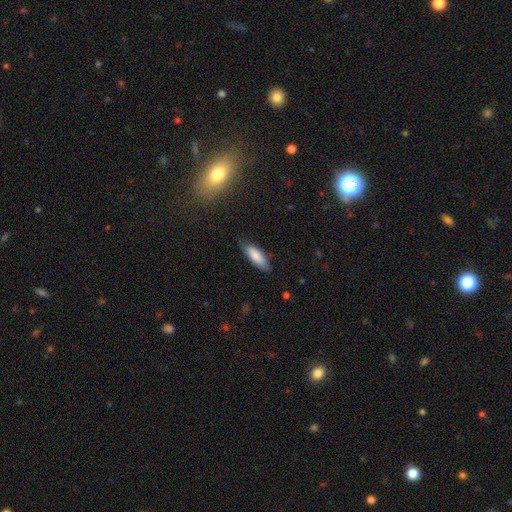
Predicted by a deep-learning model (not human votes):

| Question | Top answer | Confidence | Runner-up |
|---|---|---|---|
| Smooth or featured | smooth | 83% | featured or disk (11%) |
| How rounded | in between | 61% | cigar-shaped (38%) |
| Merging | none | 81% | minor disturbance (15%) |